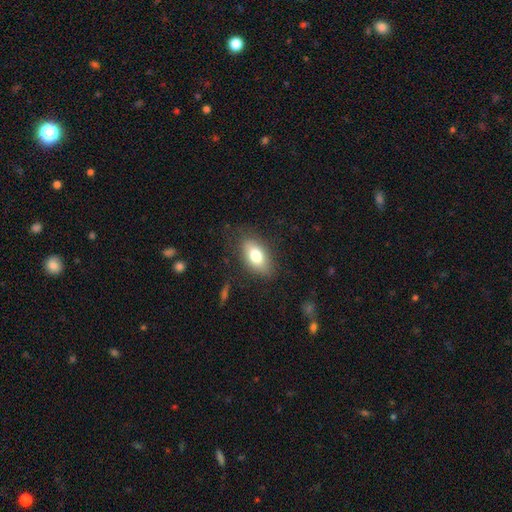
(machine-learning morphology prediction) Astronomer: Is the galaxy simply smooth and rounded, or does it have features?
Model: smooth — 76%.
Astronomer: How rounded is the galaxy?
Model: in between — 89%.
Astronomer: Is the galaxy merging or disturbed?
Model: none — 80%.